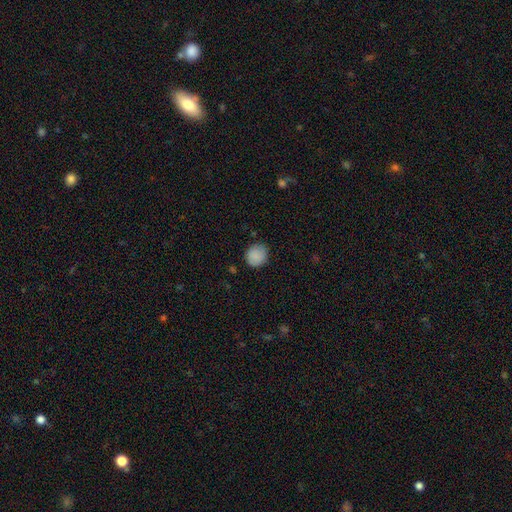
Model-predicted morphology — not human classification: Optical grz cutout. It shows a smooth galaxy with no disk features (88%) that is round (84%). Merging: none (82%).